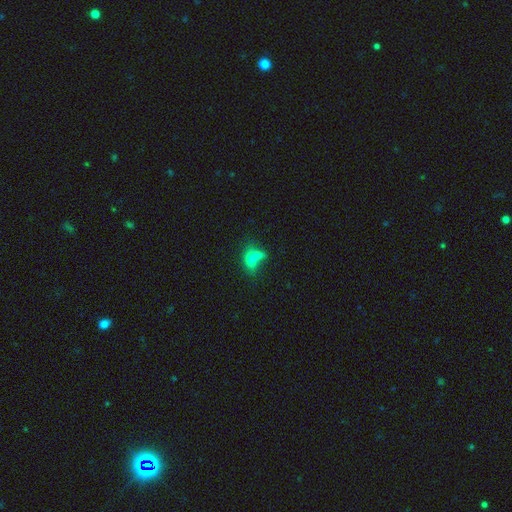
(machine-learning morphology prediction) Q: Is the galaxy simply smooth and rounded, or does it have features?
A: smooth — 67%.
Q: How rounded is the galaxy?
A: in between — 69%.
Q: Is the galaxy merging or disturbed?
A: merger — 62%.